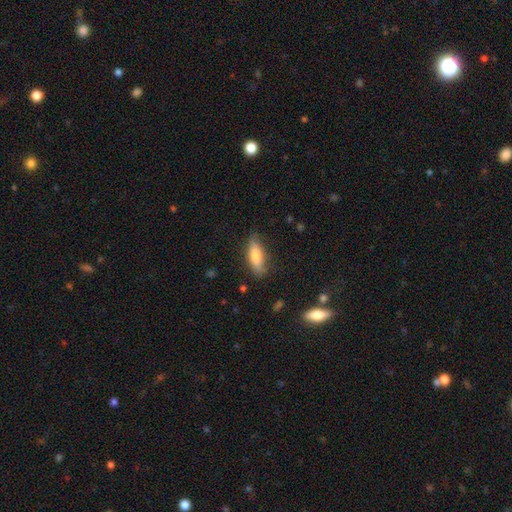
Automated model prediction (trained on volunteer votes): Smooth or featured?
  - smooth: 76% *
  - featured or disk: 18%
  - star or artifact: 6%
How rounded?
  - in between: 58% *
  - cigar-shaped: 40%
  - round: 2%
Merging?
  - none: 76% *
  - minor disturbance: 18%
  - major disturbance: 4%
  - merger: 2%